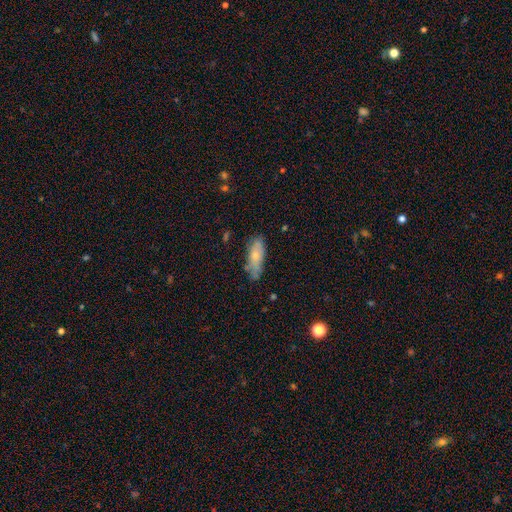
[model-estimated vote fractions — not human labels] This appears to be a smooth galaxy with no disk features (66%) that is in between round and cigar-shaped (69%). Merging: none (65%).